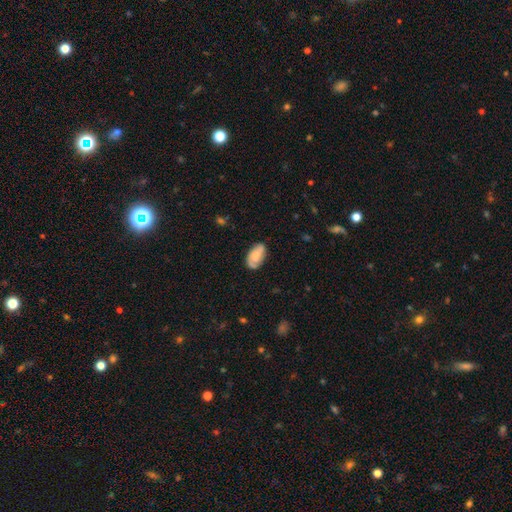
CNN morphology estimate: This appears to be a smooth galaxy with no disk features (60%) that is in between round and cigar-shaped (93%). Merging: none (70%).